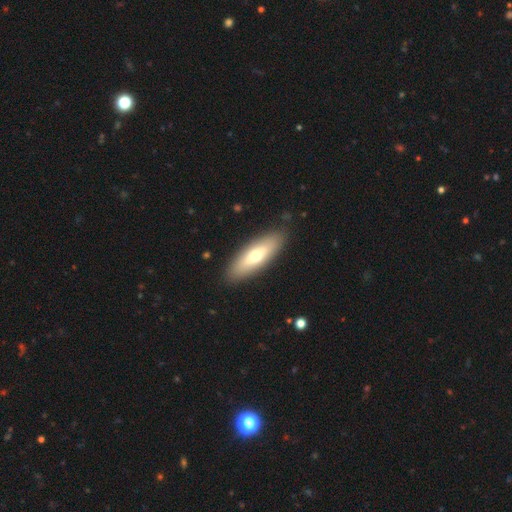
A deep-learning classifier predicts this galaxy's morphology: A smooth galaxy with no disk features (60%) that is in between round and cigar-shaped (58%).

Vote fractions:
- Smooth or featured? smooth: 60% / featured or disk: 34% / star or artifact: 6%
- How rounded? in between: 58% / cigar-shaped: 40% / round: 2%
- Merging? none: 88% / minor disturbance: 9% / major disturbance: 2% / merger: 1%